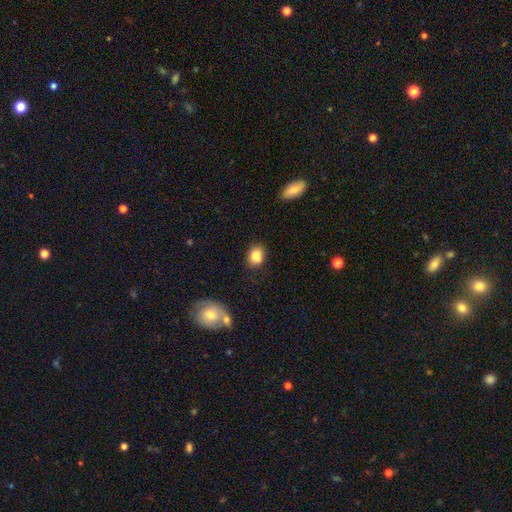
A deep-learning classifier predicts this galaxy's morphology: Smooth or featured?
  - smooth: 79% *
  - featured or disk: 11%
  - star or artifact: 10%
How rounded?
  - in between: 55% *
  - round: 44%
  - cigar-shaped: 1%
Merging?
  - none: 58% *
  - merger: 20%
  - minor disturbance: 18%
  - major disturbance: 5%